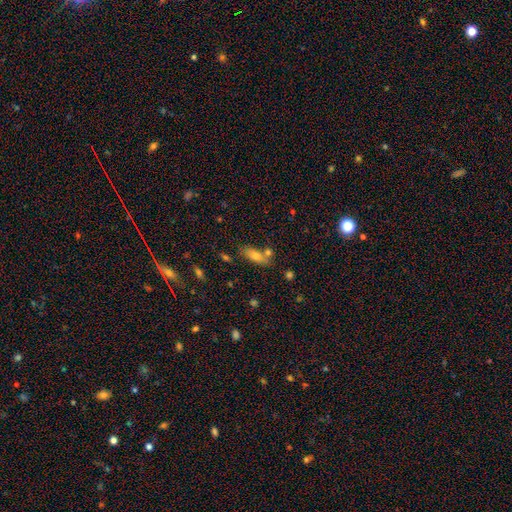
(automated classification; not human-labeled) smooth 80%, featured or disk 10%, star or artifact 10%. Down the decision tree: how rounded — in between (74%); merging — none (57%).